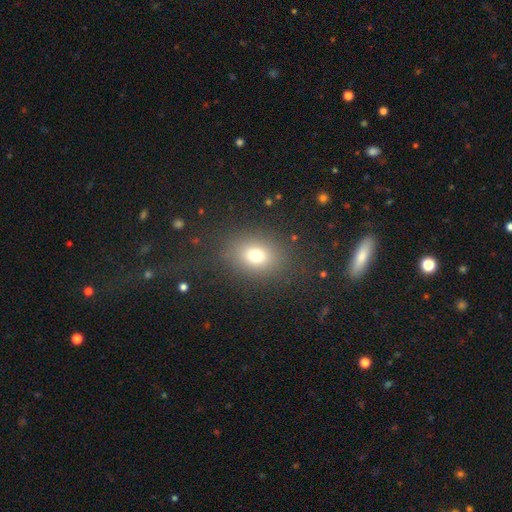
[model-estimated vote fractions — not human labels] Smooth or featured: smooth — 73% (star or artifact — 16%)
How rounded: in between — 54% (round — 44%)
Merging: none — 83% (minor disturbance — 10%)